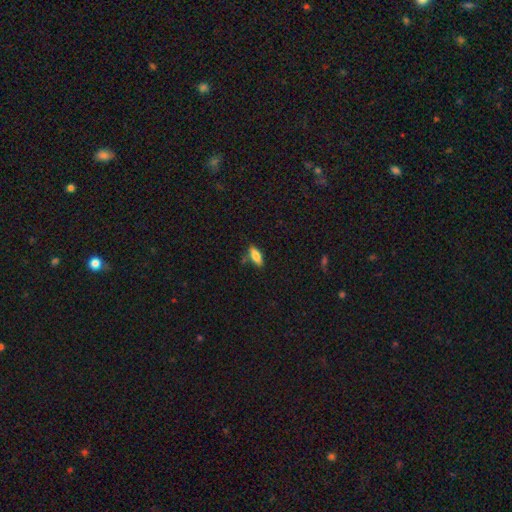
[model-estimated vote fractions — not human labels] smooth_or_featured: smooth (p=0.79) [alt: featured or disk p=0.14]
how_rounded: in between (p=0.75) [alt: cigar-shaped p=0.22]
merging: none (p=0.76) [alt: minor disturbance p=0.16]